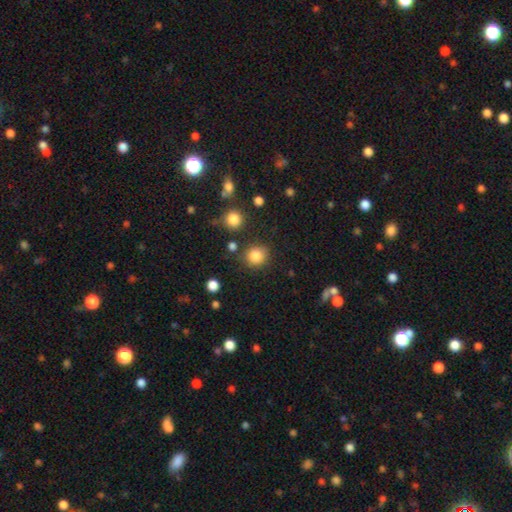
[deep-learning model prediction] Smooth or featured?
  - smooth: 84% *
  - star or artifact: 11%
  - featured or disk: 5%
How rounded?
  - round: 87% *
  - in between: 12%
  - cigar-shaped: 1%
Merging?
  - none: 81% *
  - minor disturbance: 10%
  - merger: 5%
  - major disturbance: 4%